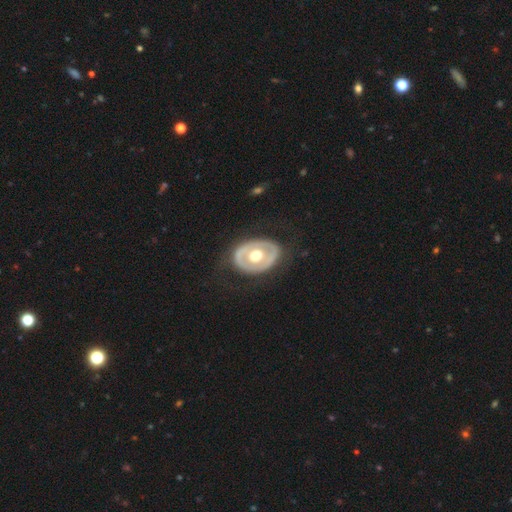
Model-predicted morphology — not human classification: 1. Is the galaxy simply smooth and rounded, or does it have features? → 60% featured or disk, 35% smooth, 5% star or artifact.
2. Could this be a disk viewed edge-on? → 92% no, 8% yes.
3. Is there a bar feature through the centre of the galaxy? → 86% no, 9% weak, 5% strong.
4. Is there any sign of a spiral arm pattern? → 89% no, 11% yes.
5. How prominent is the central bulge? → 64% moderate, 30% large, 4% small, 2% dominant, 1% none.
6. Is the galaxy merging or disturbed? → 78% none, 14% minor disturbance, 6% major disturbance, 1% merger.